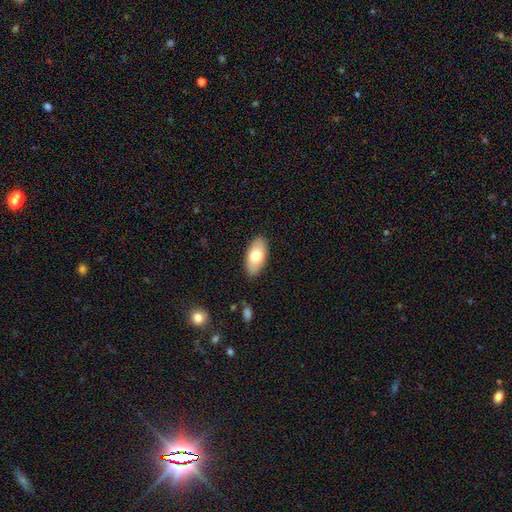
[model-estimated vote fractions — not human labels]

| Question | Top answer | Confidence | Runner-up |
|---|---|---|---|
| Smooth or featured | smooth | 74% | featured or disk (20%) |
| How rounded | in between | 93% | cigar-shaped (4%) |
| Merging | none | 86% | minor disturbance (10%) |